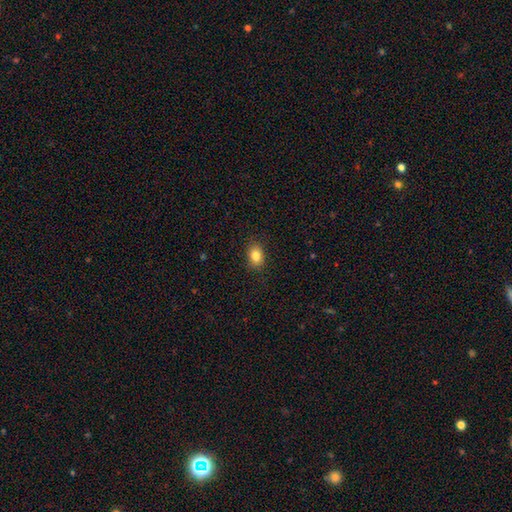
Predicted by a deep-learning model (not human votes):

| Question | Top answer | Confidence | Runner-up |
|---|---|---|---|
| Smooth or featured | smooth | 84% | star or artifact (10%) |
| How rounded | in between | 74% | round (25%) |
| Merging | none | 88% | minor disturbance (8%) |